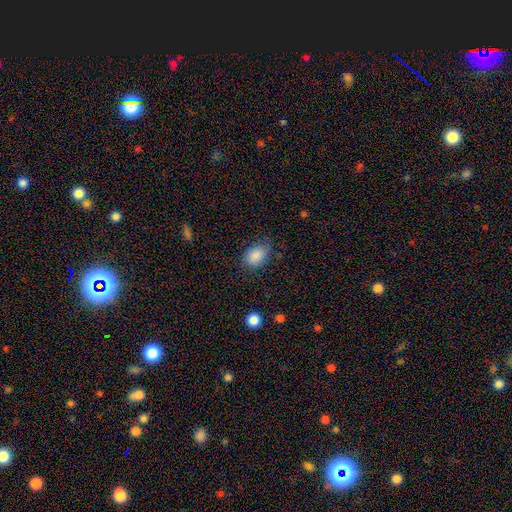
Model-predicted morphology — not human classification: The model was most divided on "merging": none: 70%, minor disturbance: 22%, major disturbance: 6%, merger: 1%. More confident: smooth or featured — smooth (87%); how rounded — in between (80%).